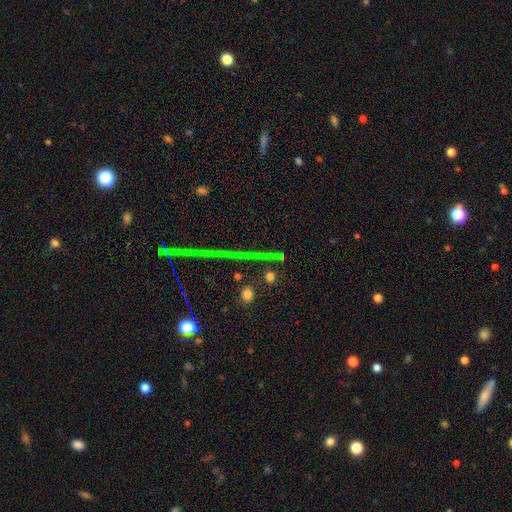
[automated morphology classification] Q: Smooth or featured?
A: star or artifact (72%); runner-up: smooth (16%)